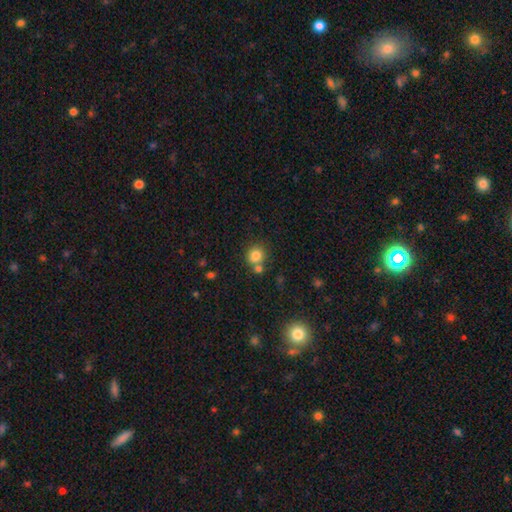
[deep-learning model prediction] A smooth galaxy with no disk features (82%) that is round (83%). Merging: none (61%).